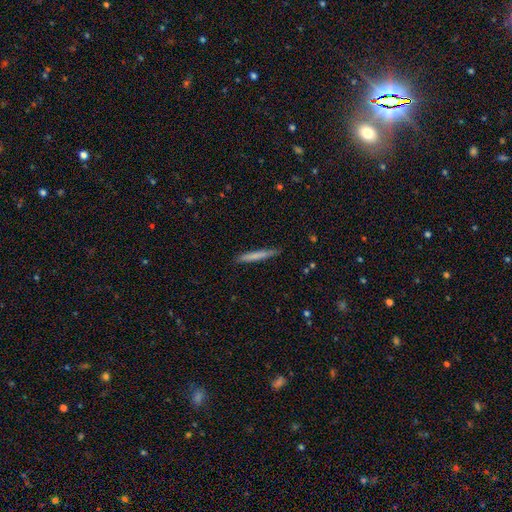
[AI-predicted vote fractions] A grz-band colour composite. It shows a smooth galaxy with no disk features (71%) that is cigar-shaped (96%). Merging: none (86%).